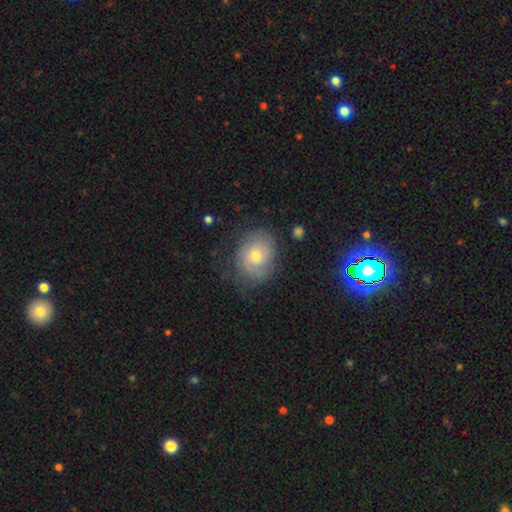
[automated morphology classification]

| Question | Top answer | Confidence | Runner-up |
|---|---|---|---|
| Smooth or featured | featured or disk | 53% | smooth (38%) |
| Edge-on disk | no | 97% | yes (3%) |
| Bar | no | 76% | weak (21%) |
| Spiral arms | yes | 80% | no (20%) |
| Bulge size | moderate | 57% | small (37%) |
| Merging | none | 68% | minor disturbance (22%) |